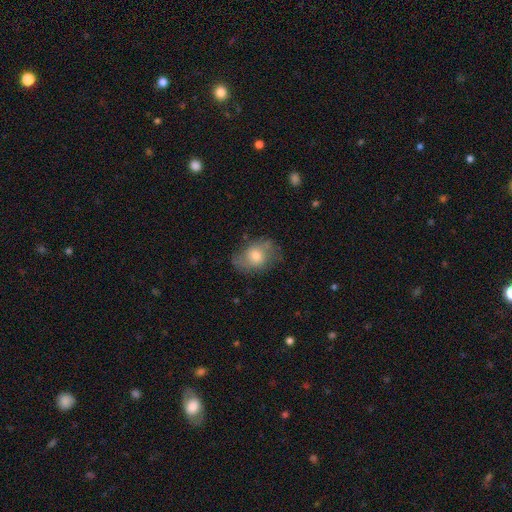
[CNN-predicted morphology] type=smooth (55%); roundness=in between (66%); merging=none (64%).